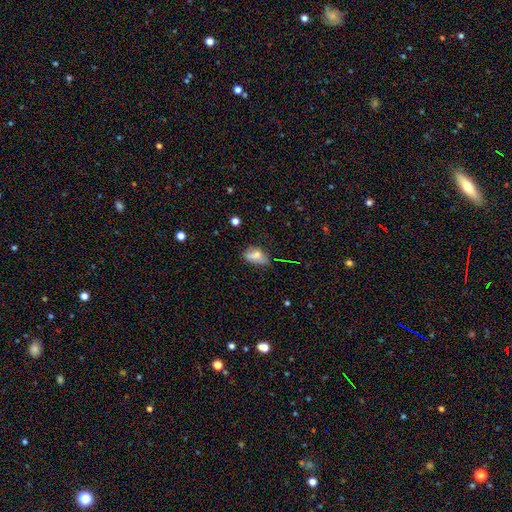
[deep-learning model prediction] smooth_or_featured: smooth (p=0.71) [alt: featured or disk p=0.17]
how_rounded: in between (p=0.87) [alt: round p=0.09]
merging: none (p=0.47) [alt: minor disturbance p=0.34]